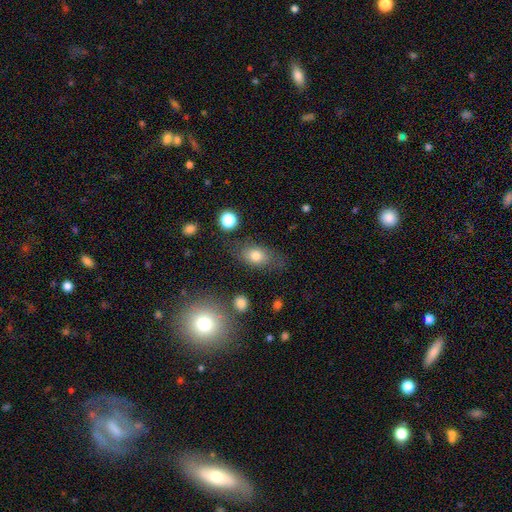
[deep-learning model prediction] Overall: smooth (76%). How rounded: in between (79%). Merging: none (67%).